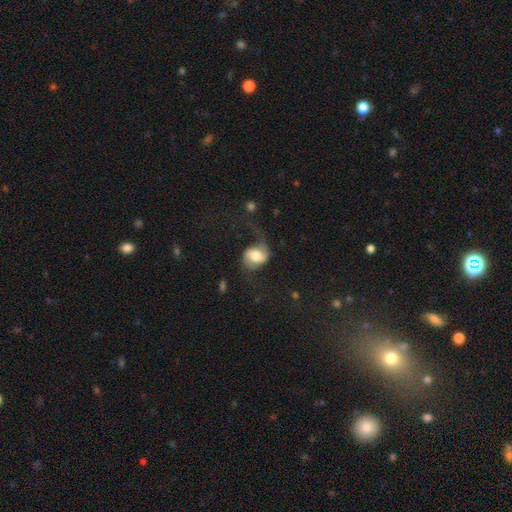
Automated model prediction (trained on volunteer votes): Q: Smooth or featured?
A: featured or disk (62%); runner-up: smooth (30%)
Q: Edge-on disk?
A: no (97%); runner-up: yes (3%)
Q: Bar?
A: no (46%); runner-up: weak (39%)
Q: Spiral arms?
A: yes (90%); runner-up: no (10%)
Q: Spiral winding?
A: loose (66%); runner-up: medium (26%)
Q: Spiral arm count?
A: 2 (81%); runner-up: 1 (13%)
Q: Bulge size?
A: moderate (52%); runner-up: large (32%)
Q: Merging?
A: none (48%); runner-up: major disturbance (31%)